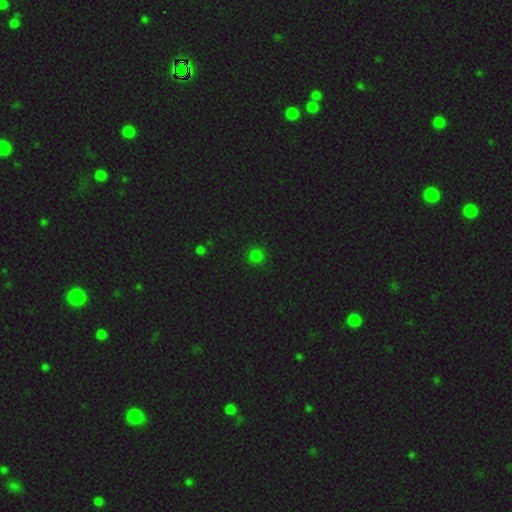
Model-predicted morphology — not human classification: Q: Smooth or featured?
A: smooth (77%); runner-up: star or artifact (20%)
Q: How rounded?
A: round (93%); runner-up: in between (6%)
Q: Merging?
A: none (91%); runner-up: minor disturbance (6%)